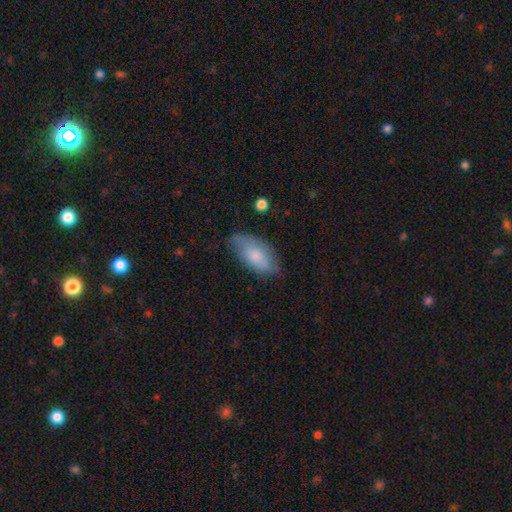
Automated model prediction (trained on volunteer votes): The model was most divided on "merging": none: 65%, minor disturbance: 27%, major disturbance: 6%, merger: 2%. More confident: how rounded — in between (91%); smooth or featured — smooth (72%).